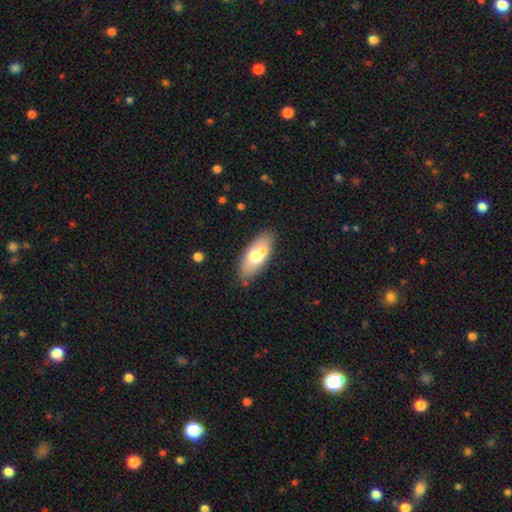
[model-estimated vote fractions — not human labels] Smooth or featured? smooth (63%)
How rounded? in between (81%)
Merging? none (70%)